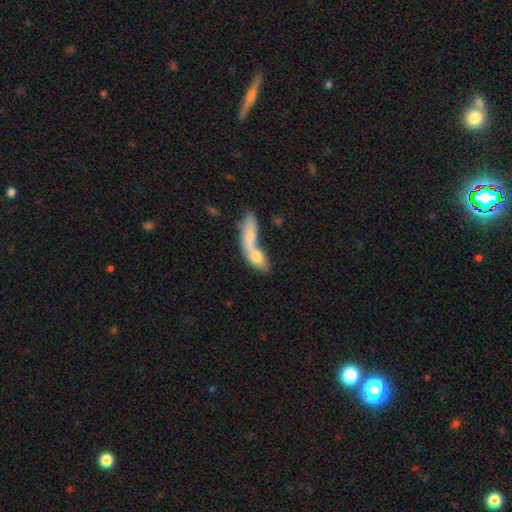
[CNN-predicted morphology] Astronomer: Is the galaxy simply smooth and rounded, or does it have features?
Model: smooth — 71%.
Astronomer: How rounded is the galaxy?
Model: in between — 64%.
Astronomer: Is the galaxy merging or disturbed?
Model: merger — 70%.